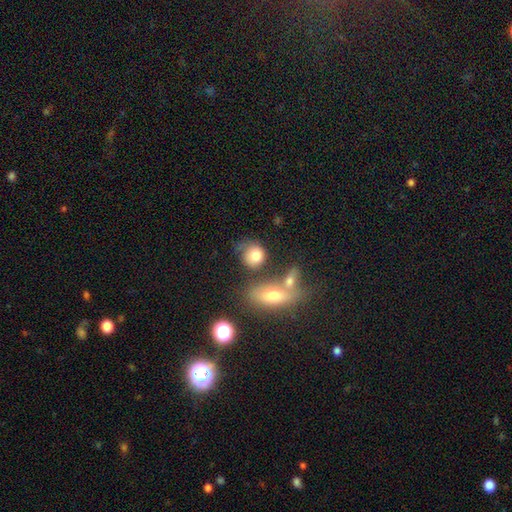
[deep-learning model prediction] Morphology: type=smooth (76%); roundness=round (64%); merging=none (44%).